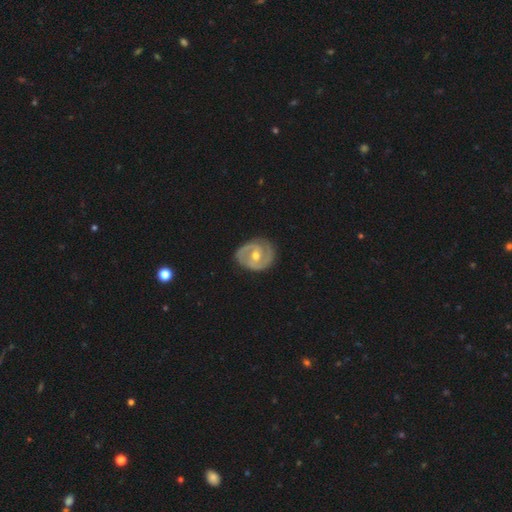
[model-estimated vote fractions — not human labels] This appears to be a featured or disk galaxy (84%) with a weak bar (43%), 2 (83%) tight (50%) spiral arms (92%) and a moderate central bulge (70%). Merging: none (80%).